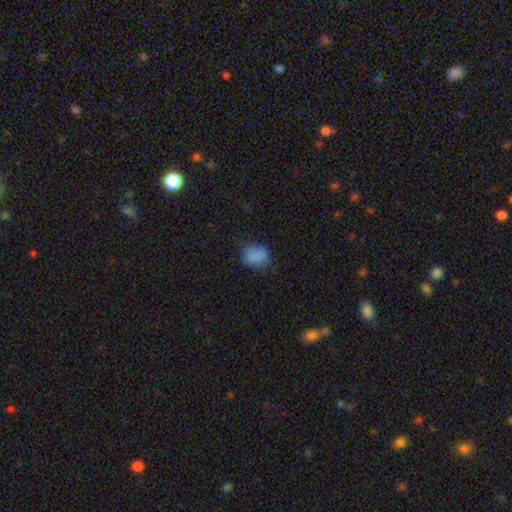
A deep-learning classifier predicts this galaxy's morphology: smooth 82%, star or artifact 12%, featured or disk 6%. Down the decision tree: how rounded — in between (49%, tied with round); merging — none (70%).